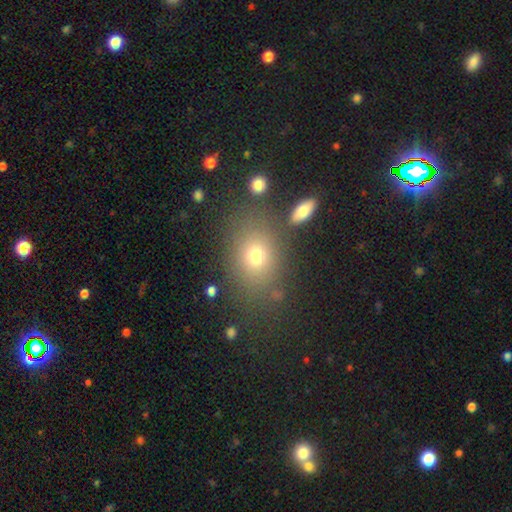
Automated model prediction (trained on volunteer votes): Smooth or featured? Predicted: smooth (p=0.69). How rounded? Predicted: in between (p=0.64). Merging? Predicted: none (p=0.78).